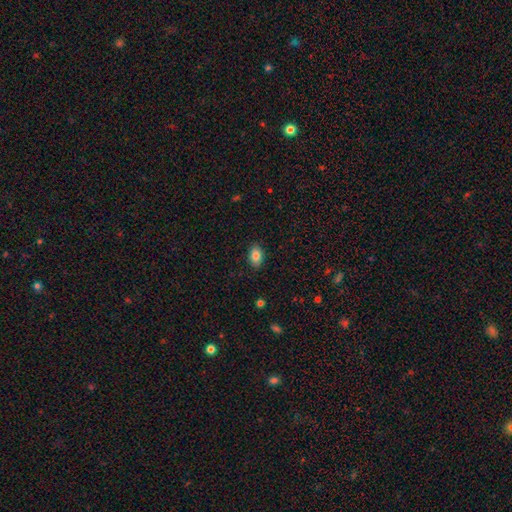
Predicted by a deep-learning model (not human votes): Smooth or featured: smooth — 84% (star or artifact — 8%)
How rounded: in between — 86% (round — 12%)
Merging: none — 88% (minor disturbance — 9%)